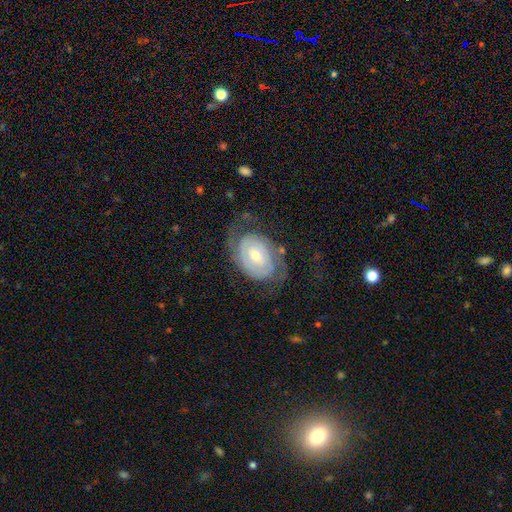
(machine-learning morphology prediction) A featured or disk galaxy (75%) with no bar (50%), 2 (58%) tight (58%) spiral arms (81%) and a moderate central bulge (55%).

Vote fractions:
- Smooth or featured? featured or disk: 75% / smooth: 19% / star or artifact: 6%
- Edge-on disk? no: 96% / yes: 4%
- Bar? no: 50% / weak: 39% / strong: 11%
- Spiral arms? yes: 81% / no: 19%
- Spiral winding? tight: 58% / medium: 28% / loose: 14%
- Spiral arm count? 2: 58% / can't tell: 27% / 1: 7% / 3: 4% / 4: 2% / more than 4: 2%
- Bulge size? moderate: 55% / small: 39% / large: 4% / none: 1% / dominant: 1%
- Merging? none: 61% / minor disturbance: 19% / major disturbance: 18% / merger: 2%